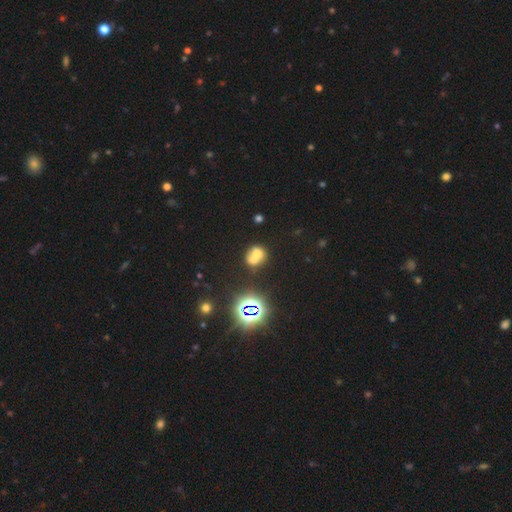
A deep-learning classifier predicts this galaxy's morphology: This is possibly a smooth galaxy (54%). How rounded: likely round (61%). Merging: possibly merger (57%).